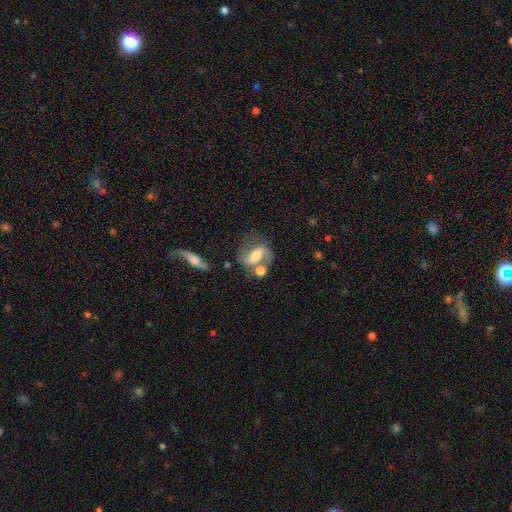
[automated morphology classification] smooth_or_featured: featured or disk (p=0.67) [alt: smooth p=0.24]
disk_edge_on: no (p=0.93) [alt: yes p=0.07]
bar: strong (p=0.38) [alt: weak p=0.37]
has_spiral_arms: yes (p=0.85) [alt: no p=0.15]
spiral_winding: medium (p=0.44) [alt: loose p=0.40]
spiral_arm_count: 2 (p=0.84) [alt: can't tell p=0.07]
bulge_size: moderate (p=0.49) [alt: small p=0.28]
merging: none (p=0.46) [alt: merger p=0.25]